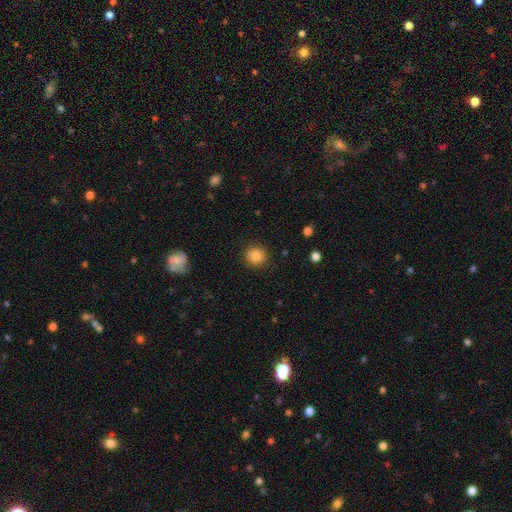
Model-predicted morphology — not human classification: smooth-or-featured: smooth: 85% | star or artifact: 10% | featured or disk: 5%
  how-rounded: round: 87% | in between: 12% | cigar-shaped: 1%
  merging: none: 90% | minor disturbance: 7% | major disturbance: 2% | merger: 1%